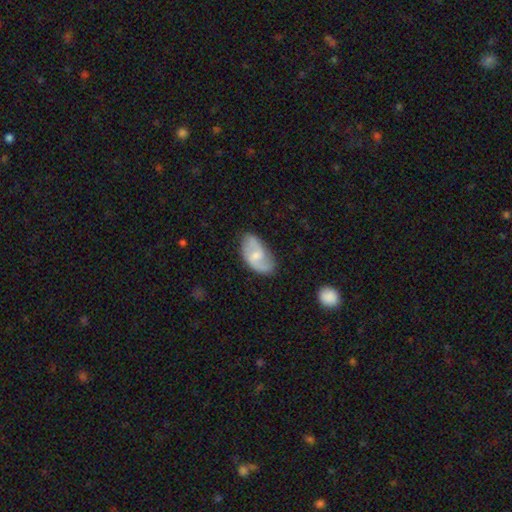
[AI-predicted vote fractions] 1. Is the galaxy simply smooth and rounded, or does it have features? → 62% featured or disk, 32% smooth, 6% star or artifact.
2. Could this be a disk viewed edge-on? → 96% no, 4% yes.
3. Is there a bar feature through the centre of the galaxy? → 52% weak, 37% no, 10% strong.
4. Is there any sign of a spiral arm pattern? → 87% yes, 13% no.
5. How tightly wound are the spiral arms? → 45% medium, 38% loose, 17% tight.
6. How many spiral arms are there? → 80% 2, 10% can't tell, 6% 1, 1% 3, 1% 4, 1% more than 4.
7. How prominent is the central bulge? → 44% moderate, 42% small, 10% none, 3% large, 1% dominant.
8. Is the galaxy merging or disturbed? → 68% none, 23% minor disturbance, 7% major disturbance, 2% merger.